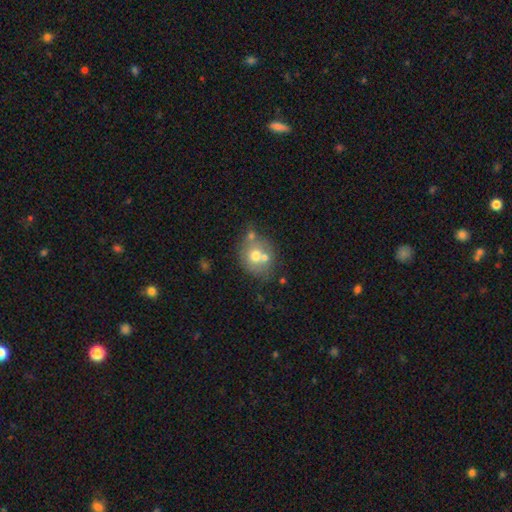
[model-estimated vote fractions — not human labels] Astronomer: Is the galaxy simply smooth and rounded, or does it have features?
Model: smooth — 62%.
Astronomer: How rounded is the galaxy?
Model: round — 71%.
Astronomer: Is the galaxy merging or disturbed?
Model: none — 45% (runner-up: merger, 36%).